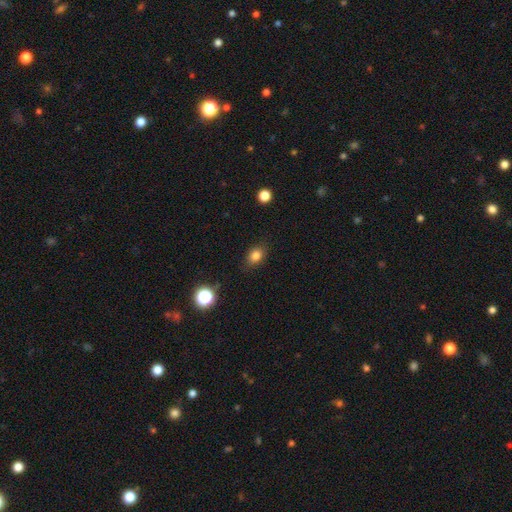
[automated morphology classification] smooth_or_featured: smooth (p=0.81) [alt: star or artifact p=0.12]
how_rounded: in between (p=0.69) [alt: round p=0.30]
merging: none (p=0.83) [alt: minor disturbance p=0.13]